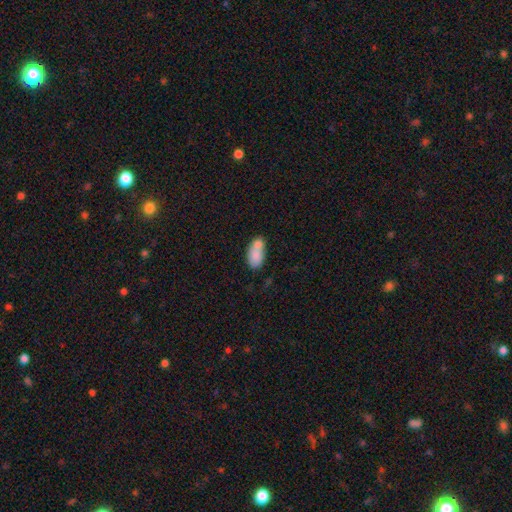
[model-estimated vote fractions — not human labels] Smooth or featured? smooth (77%)
How rounded? in between (88%)
Merging? merger (45%)